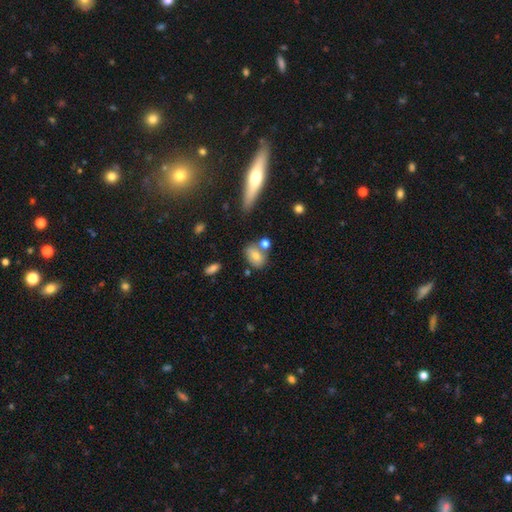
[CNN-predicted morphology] type=smooth (70%); roundness=in between (75%); merging=none (61%).